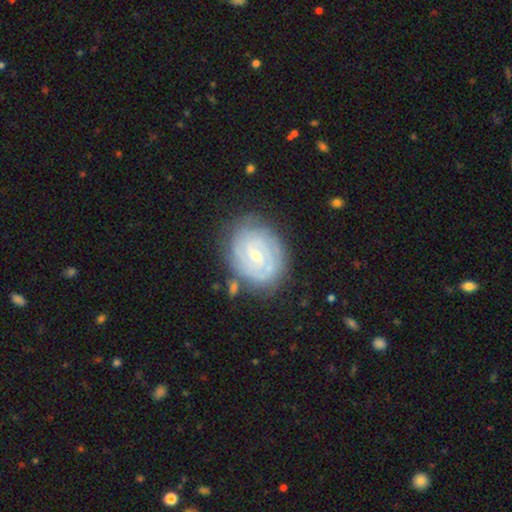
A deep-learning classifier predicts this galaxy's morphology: Smooth or featured? featured or disk (85%)
Edge-on disk? no (98%)
Bar? weak (45%)
Spiral arms? yes (96%)
Spiral winding? tight (79%)
Spiral arm count? 2 (33%)
Bulge size? small (65%)
Merging? none (78%)